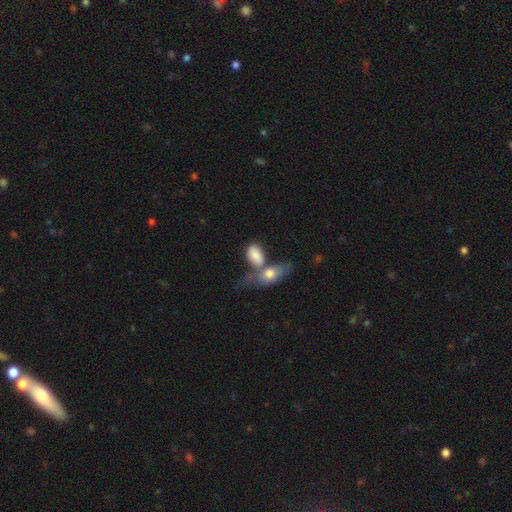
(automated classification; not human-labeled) smooth_or_featured: smooth (p=0.81) [alt: featured or disk p=0.13]
how_rounded: in between (p=0.87) [alt: round p=0.09]
merging: merger (p=0.54) [alt: none p=0.24]